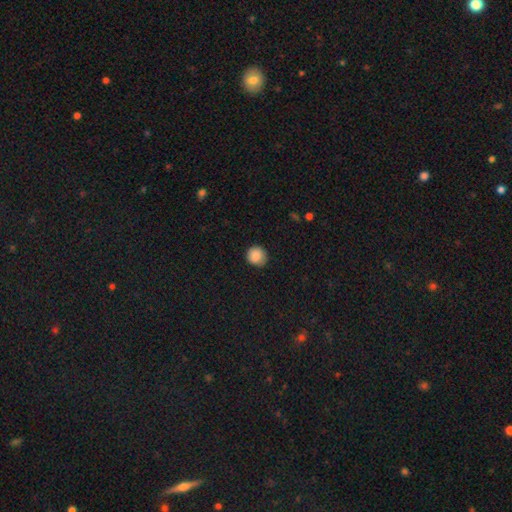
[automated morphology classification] Q: Smooth or featured?
A: smooth (88%); runner-up: star or artifact (9%)
Q: How rounded?
A: round (91%); runner-up: in between (8%)
Q: Merging?
A: none (83%); runner-up: minor disturbance (13%)